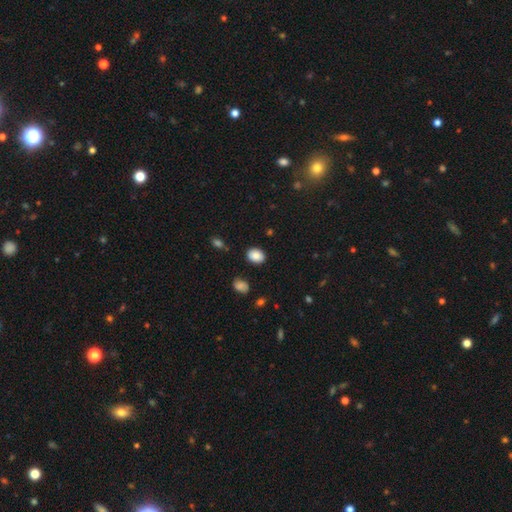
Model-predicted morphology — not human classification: Smooth or featured?
  - smooth: 85% *
  - star or artifact: 8%
  - featured or disk: 6%
How rounded?
  - in between: 64% *
  - round: 35%
  - cigar-shaped: 1%
Merging?
  - none: 87% *
  - minor disturbance: 9%
  - major disturbance: 2%
  - merger: 2%